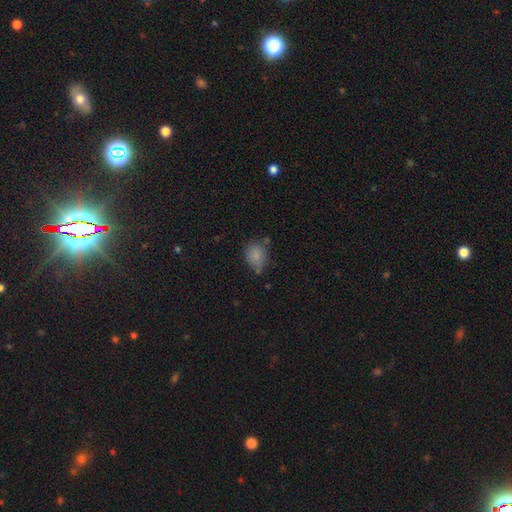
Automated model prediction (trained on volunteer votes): Smooth or featured: smooth — 82% (star or artifact — 10%)
How rounded: in between — 60% (round — 39%)
Merging: none — 60% (minor disturbance — 25%)